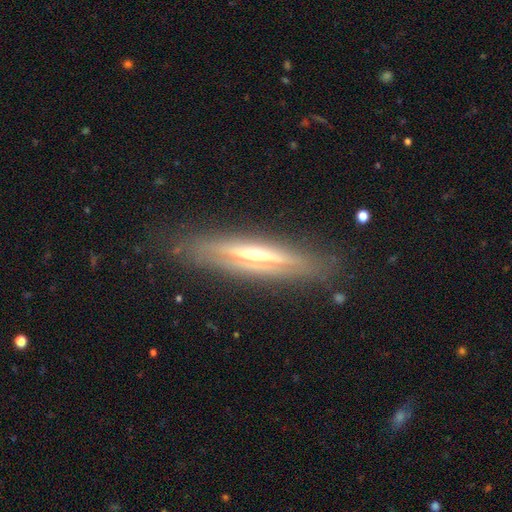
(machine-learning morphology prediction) This is likely a featured or disk galaxy (76%). It is clearly viewed edge-on (93%). Edge-on bulge: likely rounded (71%). Merging: clearly none (84%).